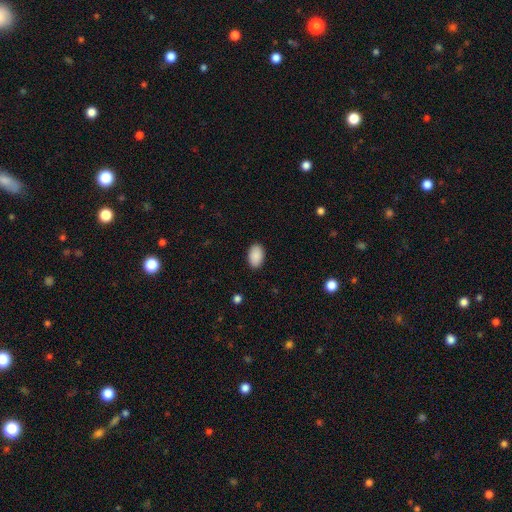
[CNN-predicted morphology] Q: Smooth or featured?
A: smooth (91%); runner-up: star or artifact (7%)
Q: How rounded?
A: in between (92%); runner-up: round (7%)
Q: Merging?
A: none (89%); runner-up: minor disturbance (8%)